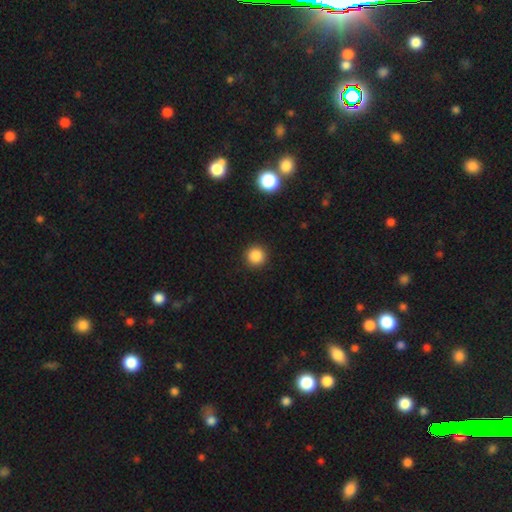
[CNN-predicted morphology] A smooth galaxy with no disk features (86%) that is round (95%).

Vote fractions:
- Smooth or featured? smooth: 86% / star or artifact: 11% / featured or disk: 3%
- How rounded? round: 95% / in between: 4% / cigar-shaped: 1%
- Merging? none: 92% / minor disturbance: 5% / major disturbance: 2% / merger: 1%